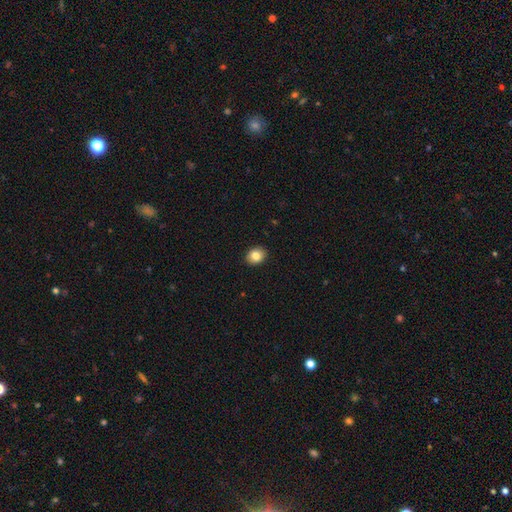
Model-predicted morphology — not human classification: Smooth or featured?
  - smooth: 83% *
  - star or artifact: 9%
  - featured or disk: 8%
How rounded?
  - round: 56% *
  - in between: 43%
  - cigar-shaped: 1%
Merging?
  - none: 91% *
  - minor disturbance: 6%
  - major disturbance: 2%
  - merger: 1%